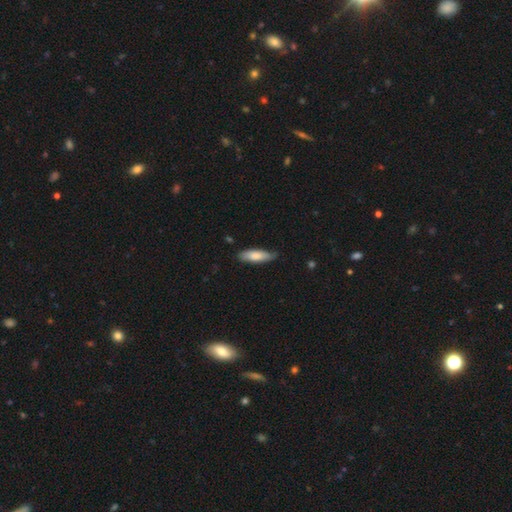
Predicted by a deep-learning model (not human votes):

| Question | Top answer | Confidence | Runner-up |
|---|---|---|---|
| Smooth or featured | smooth | 78% | featured or disk (17%) |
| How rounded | cigar-shaped | 53% | in between (45%) |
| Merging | none | 75% | minor disturbance (21%) |